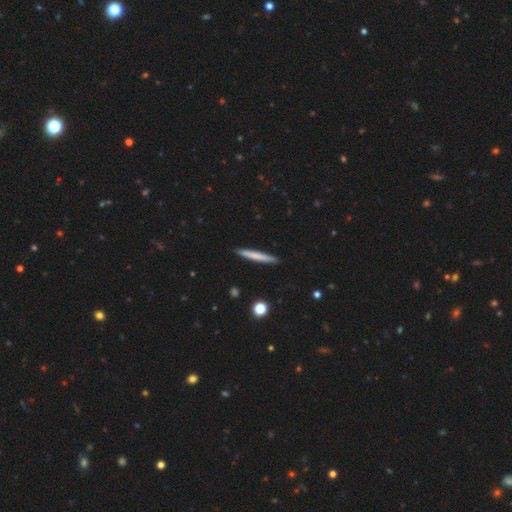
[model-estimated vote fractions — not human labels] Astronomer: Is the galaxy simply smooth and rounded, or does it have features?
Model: smooth — 66%.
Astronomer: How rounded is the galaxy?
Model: cigar-shaped — 97%.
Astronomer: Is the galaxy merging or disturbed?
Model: none — 91%.